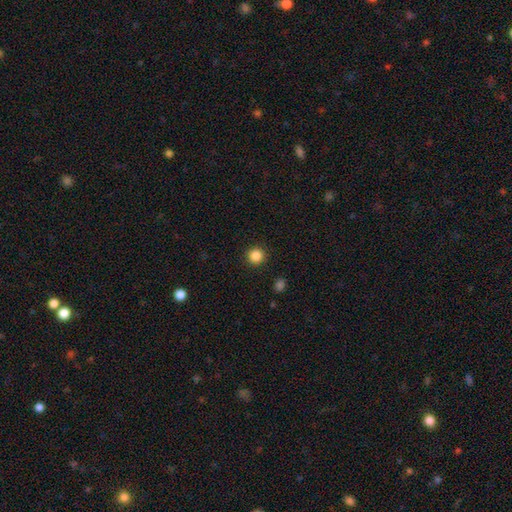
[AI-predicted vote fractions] Smooth or featured?
  - smooth: 86% *
  - star or artifact: 11%
  - featured or disk: 3%
How rounded?
  - round: 95% *
  - in between: 5%
  - cigar-shaped: 1%
Merging?
  - none: 92% *
  - minor disturbance: 5%
  - major disturbance: 2%
  - merger: 1%